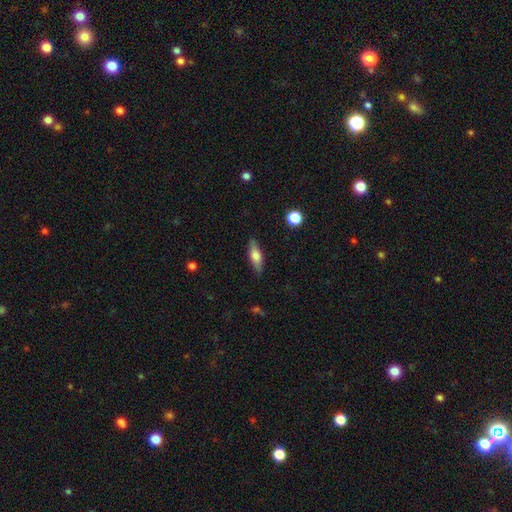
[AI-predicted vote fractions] Smooth or featured: smooth — 64% (featured or disk — 30%)
How rounded: in between — 54% (cigar-shaped — 42%)
Merging: none — 85% (minor disturbance — 12%)